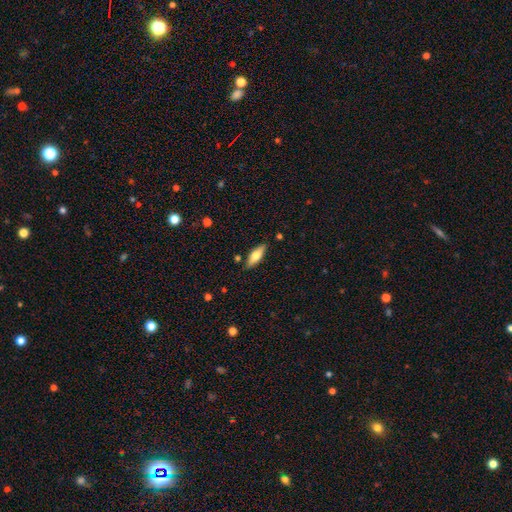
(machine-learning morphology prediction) smooth_or_featured: smooth (p=0.62) [alt: featured or disk p=0.31]
how_rounded: in between (p=0.59) [alt: cigar-shaped p=0.39]
merging: none (p=0.85) [alt: minor disturbance p=0.11]